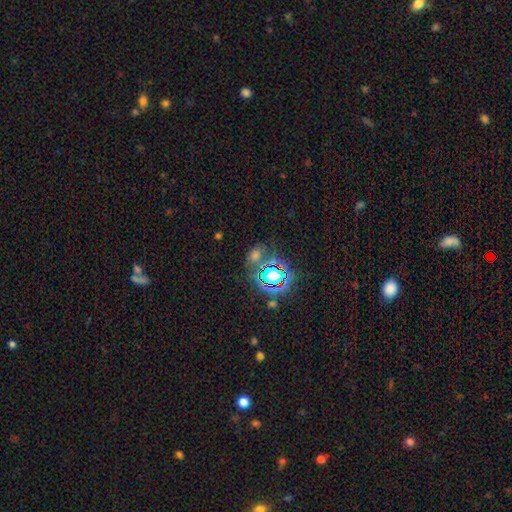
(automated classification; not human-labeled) star or artifact 54%, smooth 35%, featured or disk 11%.